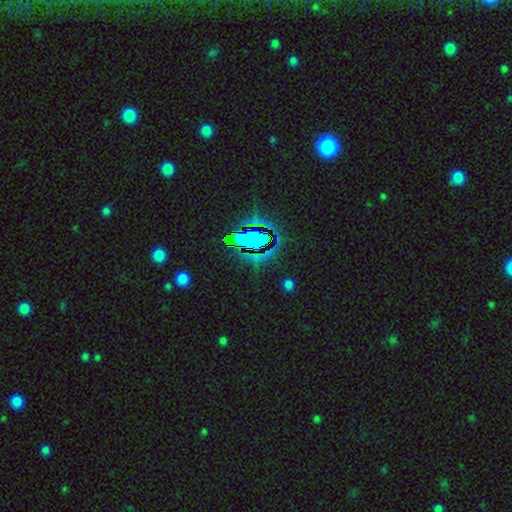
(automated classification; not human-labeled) star or artifact 79%, smooth 12%, featured or disk 10%.